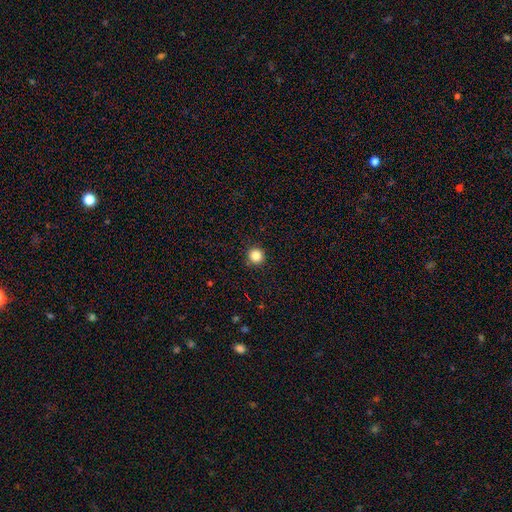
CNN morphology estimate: smooth 85%, star or artifact 11%, featured or disk 4%. Down the decision tree: how rounded — round (95%); merging — none (92%).